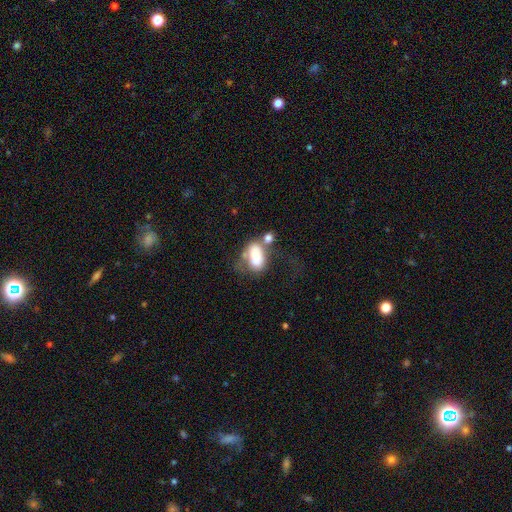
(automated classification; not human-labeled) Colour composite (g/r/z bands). It shows a smooth galaxy with no disk features (61%) that is in between round and cigar-shaped (87%). Merging: merger (41%).